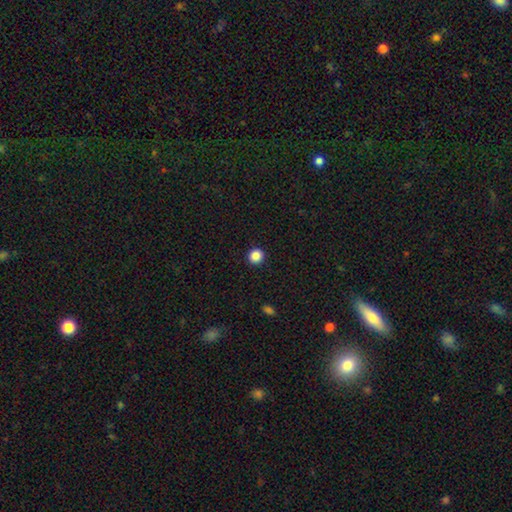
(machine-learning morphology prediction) smooth 87%, star or artifact 10%, featured or disk 3%. Down the decision tree: how rounded — round (94%); merging — none (93%).